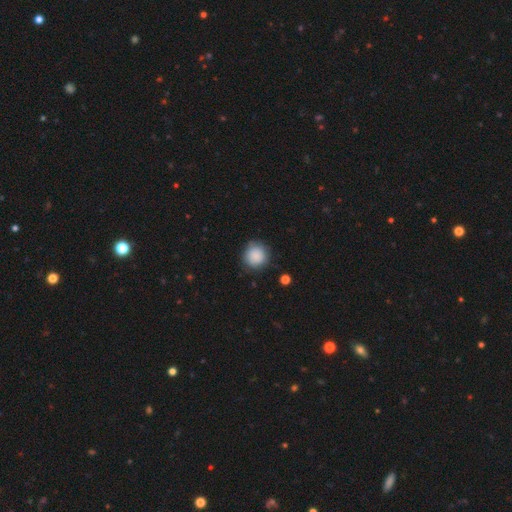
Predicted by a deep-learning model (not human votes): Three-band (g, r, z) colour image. It shows a smooth galaxy with no disk features (88%) that is round (92%). Merging: none (83%).